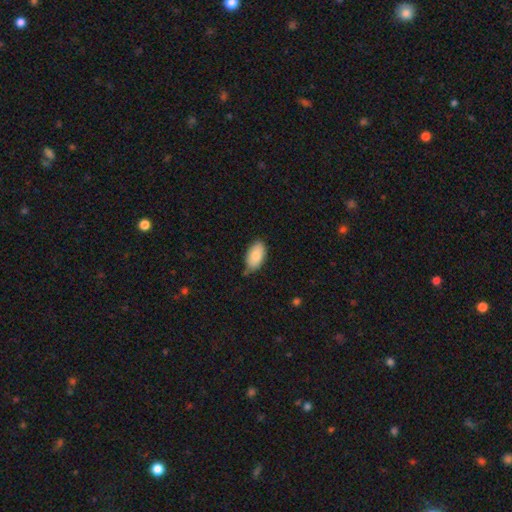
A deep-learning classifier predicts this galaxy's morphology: A smooth galaxy with no disk features (84%) that is in between round and cigar-shaped (95%). Merging: none (71%).